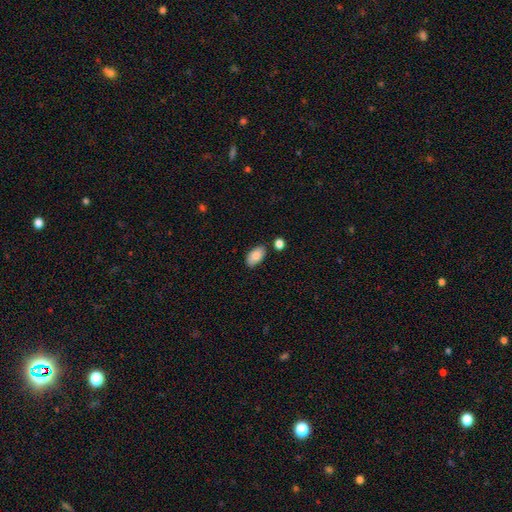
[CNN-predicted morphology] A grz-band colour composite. It shows a smooth galaxy with no disk features (86%) that is in between round and cigar-shaped (94%). Merging: none (80%).